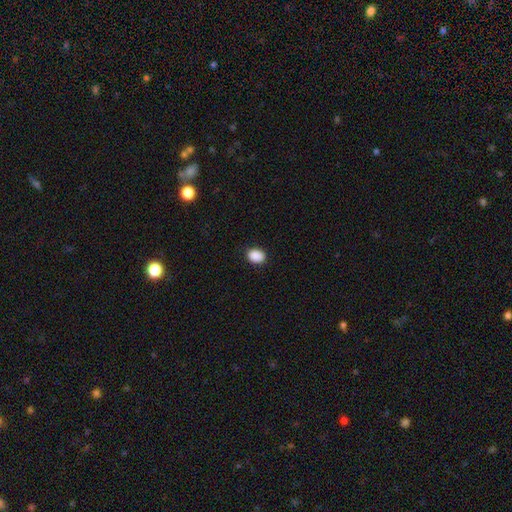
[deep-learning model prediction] A smooth galaxy with no disk features (90%) that is in between round and cigar-shaped (65%). Merging: none (89%).